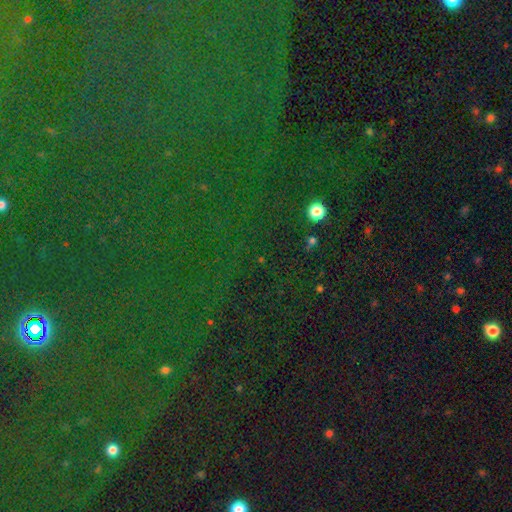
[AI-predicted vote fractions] Q: Smooth or featured?
A: star or artifact (82%); runner-up: smooth (10%)